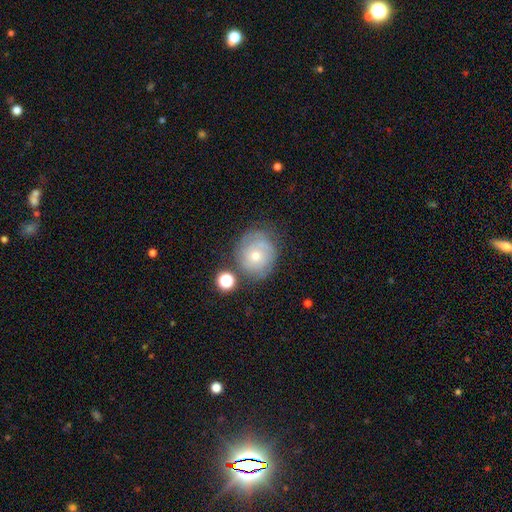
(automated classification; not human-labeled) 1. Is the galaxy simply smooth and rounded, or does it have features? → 53% featured or disk, 38% smooth, 10% star or artifact.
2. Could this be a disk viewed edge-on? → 97% no, 3% yes.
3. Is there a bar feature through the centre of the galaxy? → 81% no, 17% weak, 3% strong.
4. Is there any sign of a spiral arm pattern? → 76% yes, 24% no.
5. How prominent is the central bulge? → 50% moderate, 45% small, 3% large, 2% none, 1% dominant.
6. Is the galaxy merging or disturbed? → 63% none, 21% minor disturbance, 9% major disturbance, 7% merger.